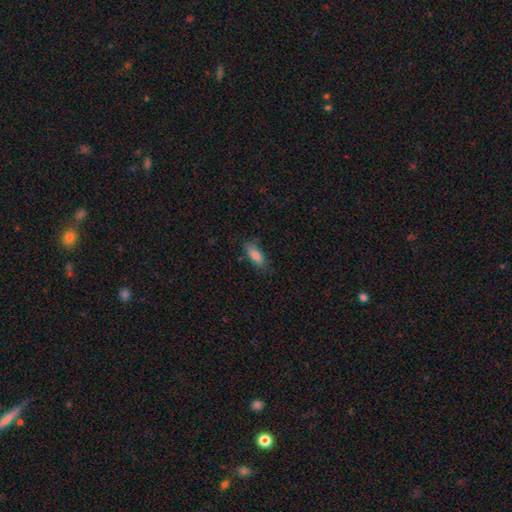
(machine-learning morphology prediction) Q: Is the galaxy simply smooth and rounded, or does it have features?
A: smooth — 82%.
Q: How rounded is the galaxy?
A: in between — 72%.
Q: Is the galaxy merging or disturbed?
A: none — 74%.